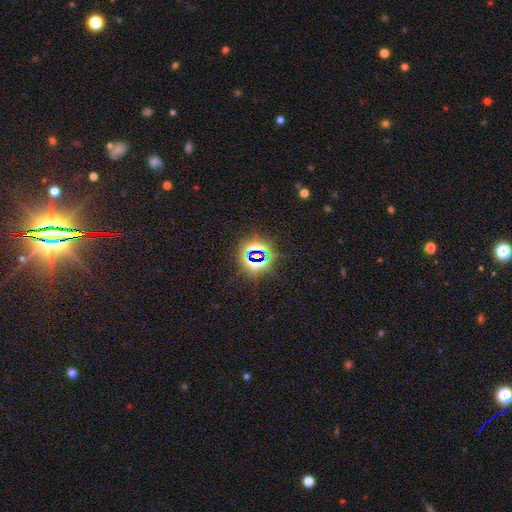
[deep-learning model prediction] Smooth or featured? star or artifact (76%)